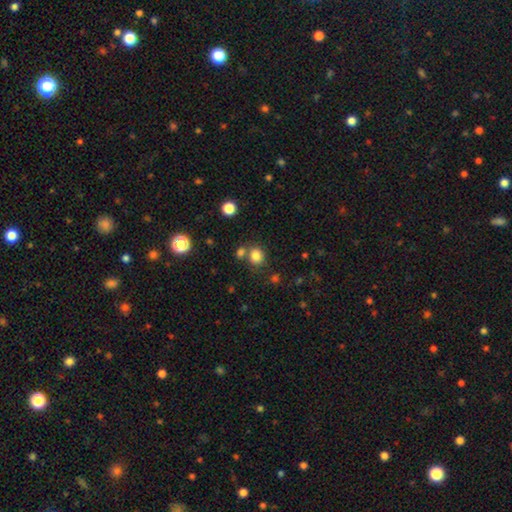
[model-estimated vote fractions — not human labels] This appears to be a smooth galaxy with no disk features (81%) that is round (77%). Merging: none (66%).